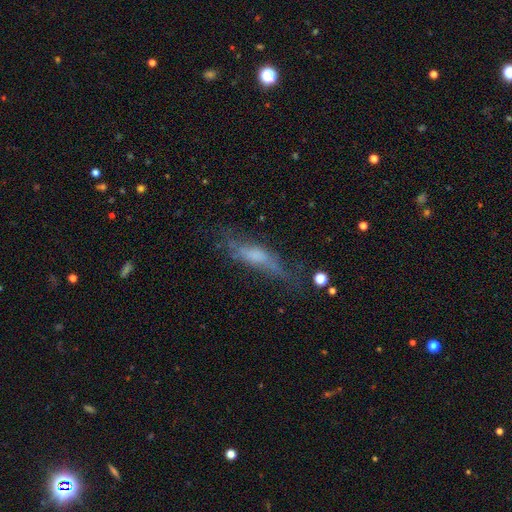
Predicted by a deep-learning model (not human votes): smooth_or_featured: smooth (p=0.45) [alt: featured or disk p=0.43]
merging: none (p=0.47) [alt: minor disturbance p=0.27]